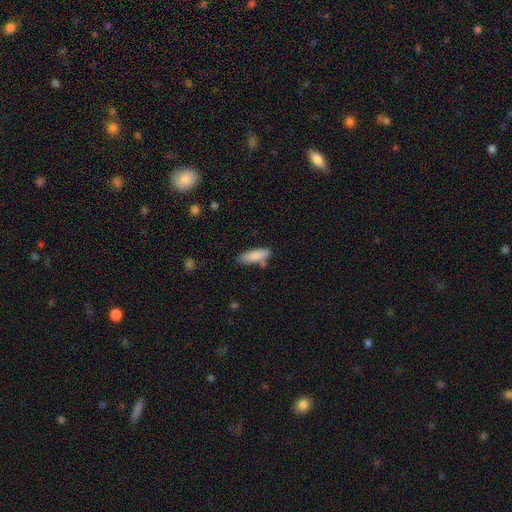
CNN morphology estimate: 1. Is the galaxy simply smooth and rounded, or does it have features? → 85% smooth, 9% featured or disk, 6% star or artifact.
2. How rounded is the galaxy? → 54% in between, 44% cigar-shaped, 2% round.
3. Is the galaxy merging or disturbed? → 72% none, 16% minor disturbance, 8% merger, 4% major disturbance.